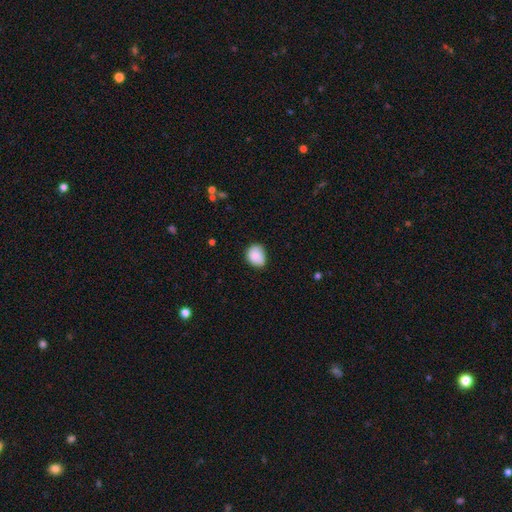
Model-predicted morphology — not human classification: smooth_or_featured: smooth (p=0.83) [alt: featured or disk p=0.09]
how_rounded: in between (p=0.50) [alt: round p=0.49]
merging: none (p=0.60) [alt: minor disturbance p=0.33]